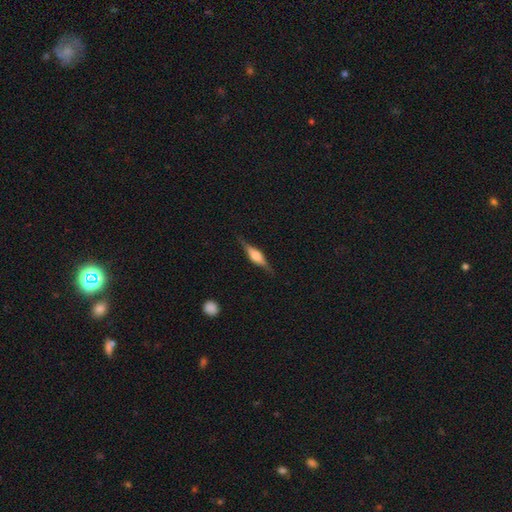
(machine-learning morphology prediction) Overall: featured or disk (69%). Edge-on disk: yes (97%). Edge-on bulge: rounded (75%). Merging: none (85%).